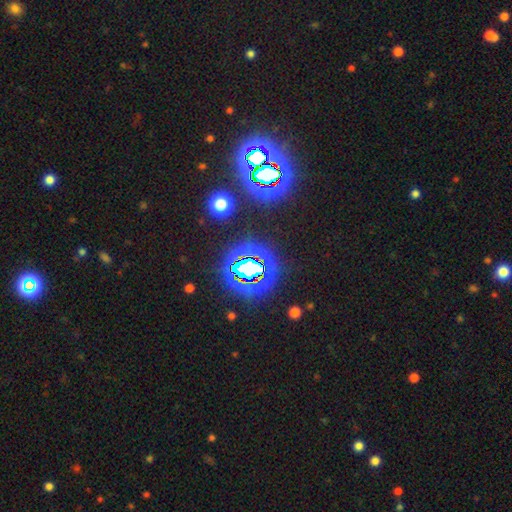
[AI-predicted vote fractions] This is clearly a star or artifact rather than a galaxy (83%).